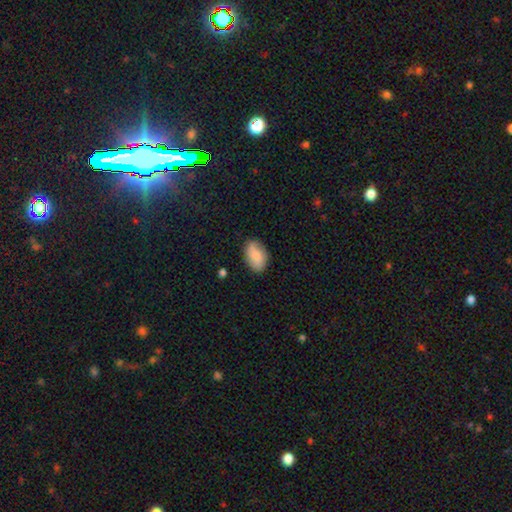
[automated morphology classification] Smooth or featured?
  - smooth: 74% *
  - featured or disk: 19%
  - star or artifact: 7%
How rounded?
  - in between: 90% *
  - round: 9%
  - cigar-shaped: 2%
Merging?
  - none: 81% *
  - minor disturbance: 15%
  - major disturbance: 3%
  - merger: 1%